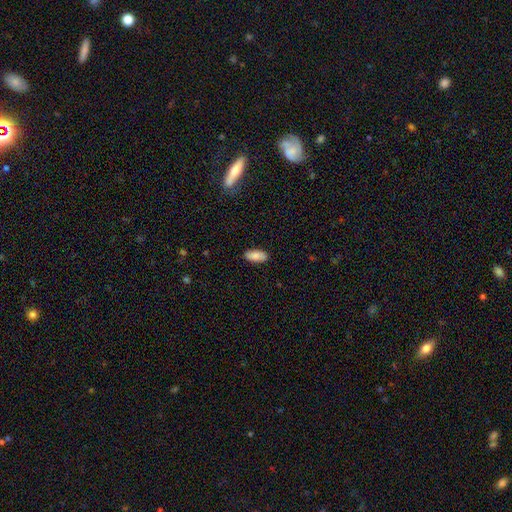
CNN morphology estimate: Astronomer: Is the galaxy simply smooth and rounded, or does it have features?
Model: smooth — 85%.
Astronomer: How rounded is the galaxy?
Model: in between — 90%.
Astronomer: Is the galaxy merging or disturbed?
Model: none — 88%.